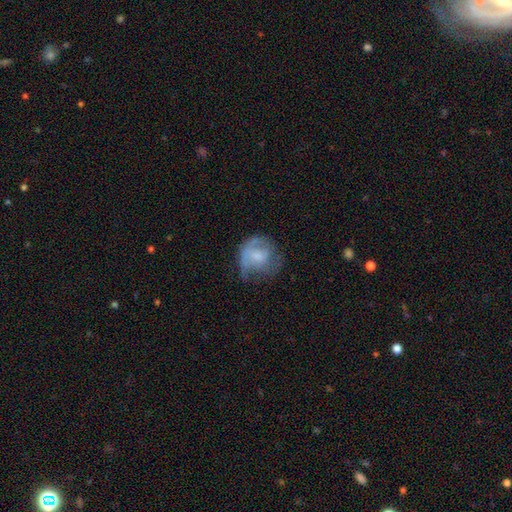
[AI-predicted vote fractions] Overall: featured or disk (47%; smooth 45%). Merging: none (40%; minor disturbance 29%).